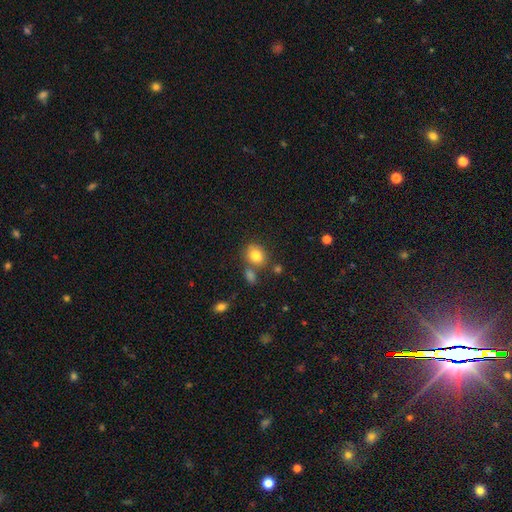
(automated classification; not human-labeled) This is clearly a smooth galaxy (81%). How rounded: possibly round (58%). Merging: likely none (65%).